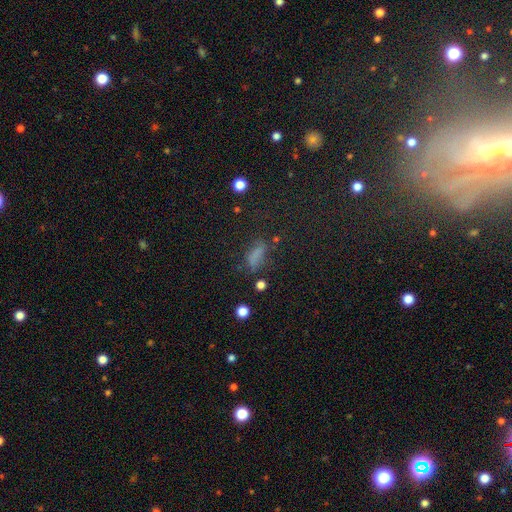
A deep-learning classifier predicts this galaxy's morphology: Smooth or featured: smooth — 66% (star or artifact — 22%)
How rounded: in between — 70% (cigar-shaped — 22%)
Merging: none — 52% (minor disturbance — 24%)